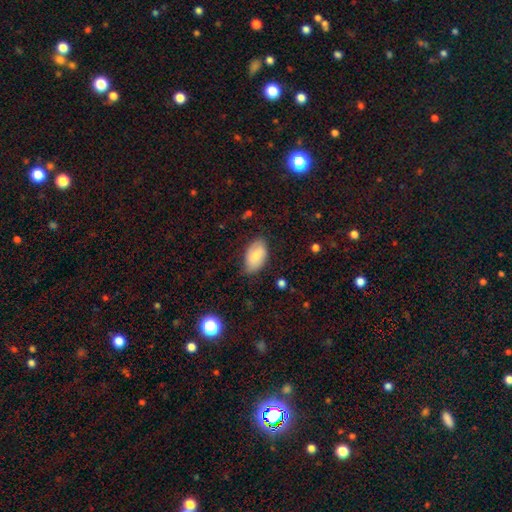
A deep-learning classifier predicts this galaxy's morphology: Smooth or featured? smooth (75%)
How rounded? in between (94%)
Merging? none (75%)